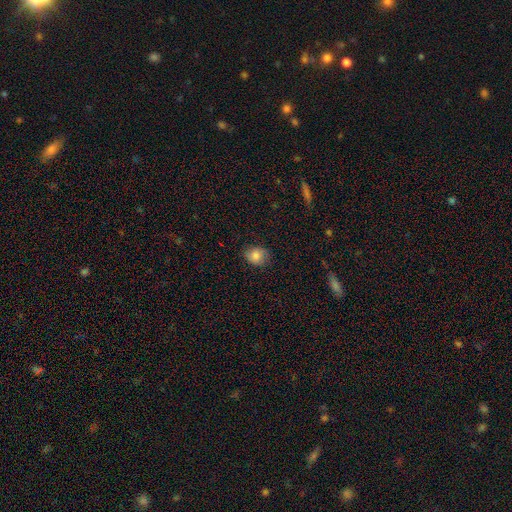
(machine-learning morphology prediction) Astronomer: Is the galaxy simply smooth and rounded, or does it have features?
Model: smooth — 81%.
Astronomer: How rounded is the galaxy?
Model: round — 54% (runner-up: in between, 45%).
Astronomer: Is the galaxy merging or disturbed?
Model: none — 76%.